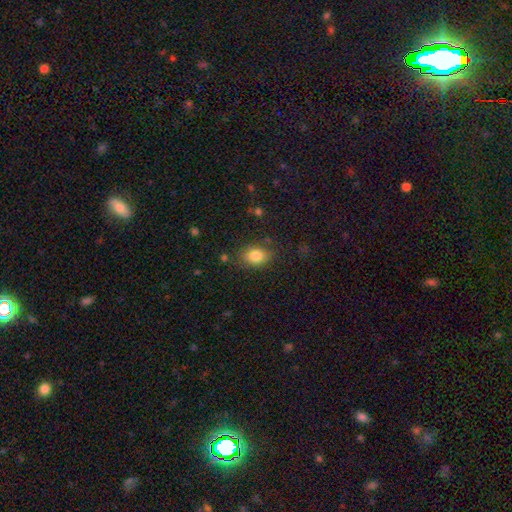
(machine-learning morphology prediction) Overall: smooth (83%). How rounded: in between (70%). Merging: none (81%).